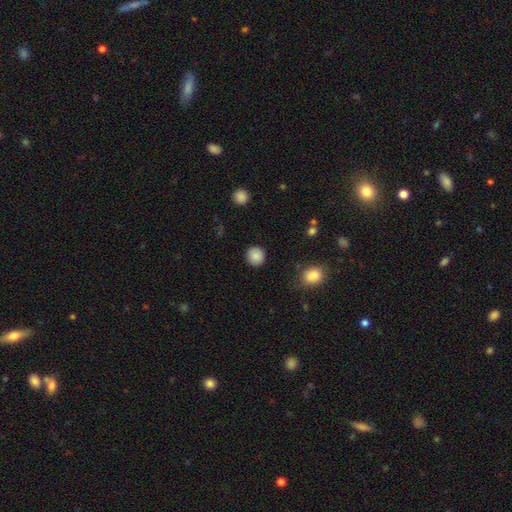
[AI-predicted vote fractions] Morphology: type=smooth (88%); roundness=round (92%); merging=none (90%).